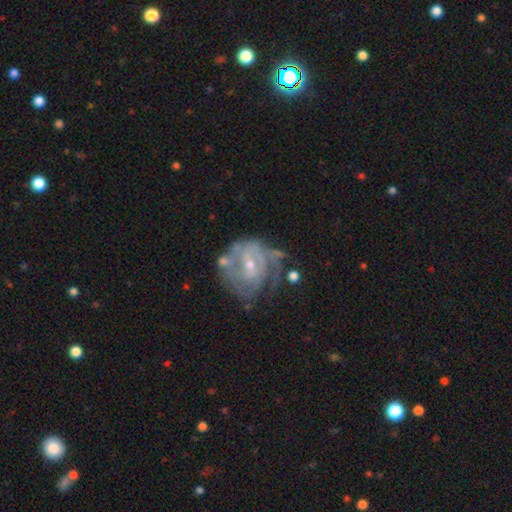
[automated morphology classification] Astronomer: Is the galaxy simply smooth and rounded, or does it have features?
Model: featured or disk — 83%.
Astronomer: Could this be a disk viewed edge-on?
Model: no — 97%.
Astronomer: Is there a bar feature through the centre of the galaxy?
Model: no — 46% (runner-up: weak, 43%).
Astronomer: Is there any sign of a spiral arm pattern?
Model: yes — 87%.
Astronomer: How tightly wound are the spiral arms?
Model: tight — 60%.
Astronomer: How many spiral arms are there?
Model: can't tell — 40% (runner-up: 2, 23%).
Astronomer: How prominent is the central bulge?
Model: small — 64%.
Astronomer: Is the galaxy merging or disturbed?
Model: none — 47% (runner-up: minor disturbance, 23%).